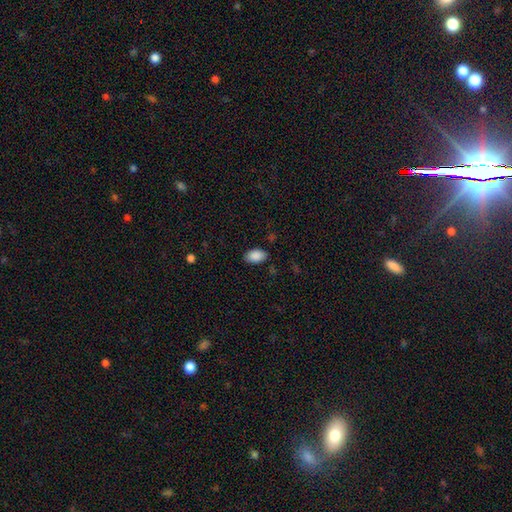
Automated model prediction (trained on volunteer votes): smooth-or-featured: smooth: 89% | star or artifact: 7% | featured or disk: 4%
  how-rounded: in between: 92% | round: 7% | cigar-shaped: 1%
  merging: none: 85% | minor disturbance: 11% | major disturbance: 3% | merger: 1%